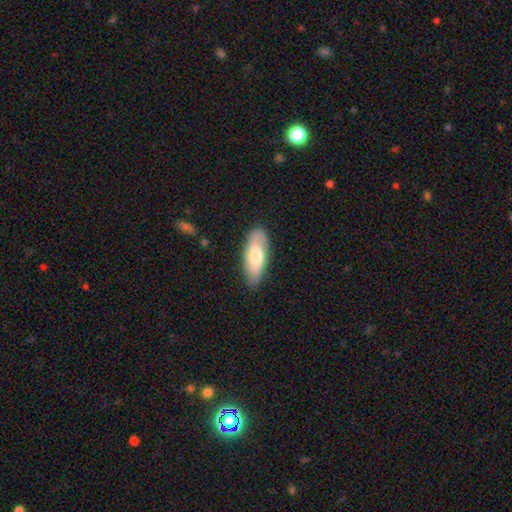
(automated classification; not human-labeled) Smooth or featured? smooth (63%)
How rounded? in between (77%)
Merging? none (80%)